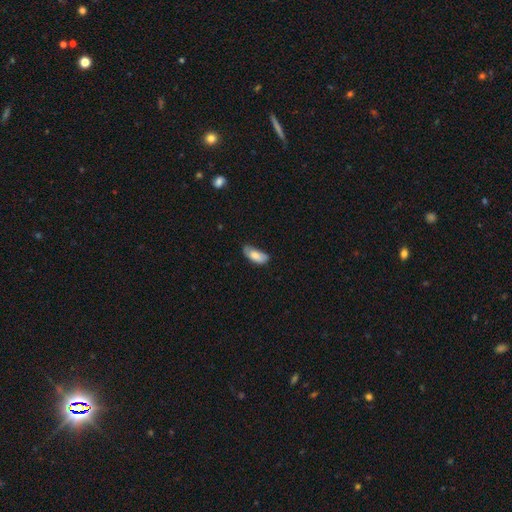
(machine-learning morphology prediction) type=smooth (78%); roundness=in between (86%); merging=none (50%).